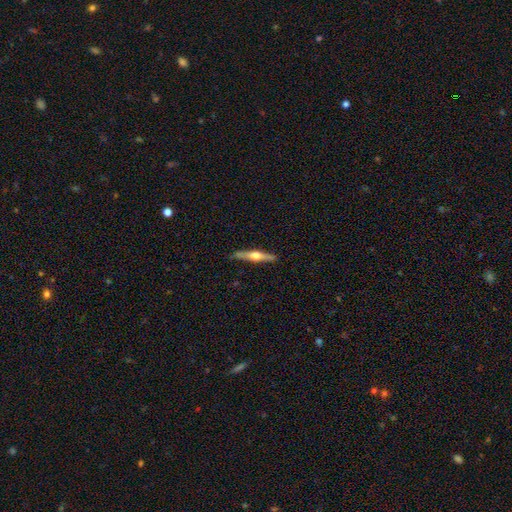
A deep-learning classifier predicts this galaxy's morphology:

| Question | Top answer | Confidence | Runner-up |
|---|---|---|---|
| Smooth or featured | featured or disk | 67% | smooth (28%) |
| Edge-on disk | yes | 97% | no (3%) |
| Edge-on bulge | rounded | 94% | boxy (4%) |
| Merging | none | 89% | minor disturbance (8%) |